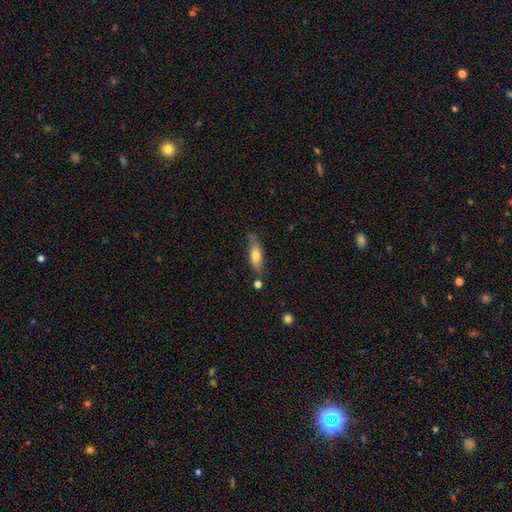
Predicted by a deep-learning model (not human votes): Smooth or featured: smooth — 66% (featured or disk — 28%)
How rounded: in between — 52% (cigar-shaped — 45%)
Merging: none — 68% (minor disturbance — 21%)